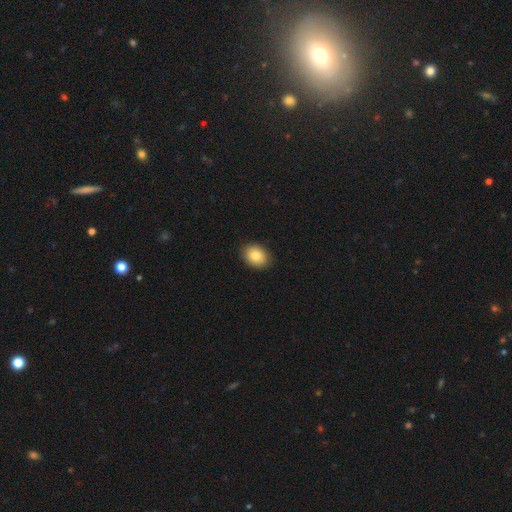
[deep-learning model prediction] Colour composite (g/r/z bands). It shows a smooth galaxy with no disk features (84%) that is in between round and cigar-shaped (65%). Merging: none (89%).